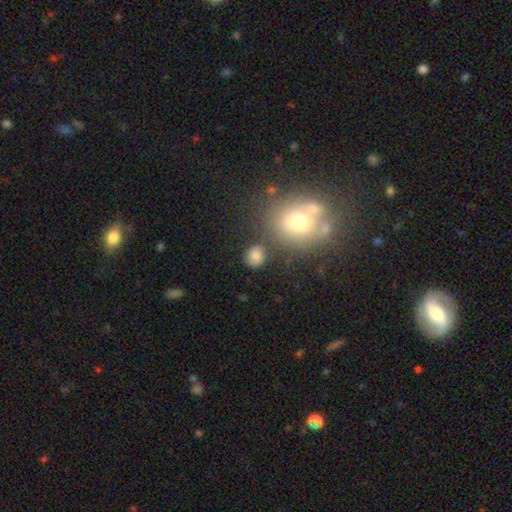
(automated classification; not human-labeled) Smooth or featured? Predicted: smooth (p=0.78). How rounded? Predicted: round (p=0.75). Merging? Predicted: none (p=0.74).